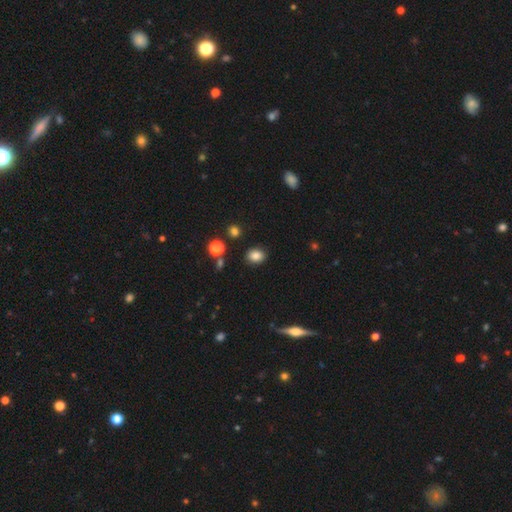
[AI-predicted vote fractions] This appears to be a smooth galaxy with no disk features (84%) that is round (52%). Merging: none (87%).